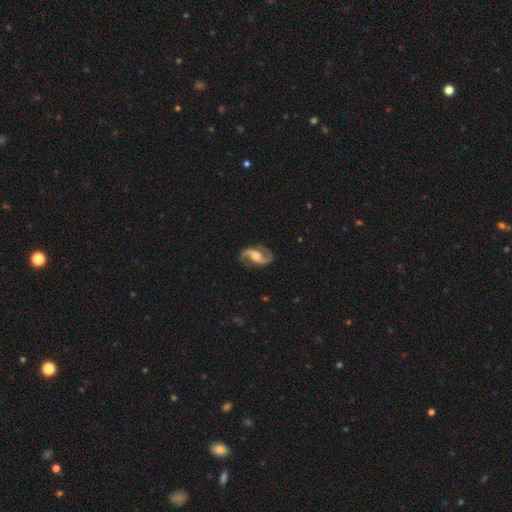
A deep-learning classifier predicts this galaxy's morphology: Smooth or featured? featured or disk (91%)
Edge-on disk? no (98%)
Bar? weak (42%)
Spiral arms? yes (98%)
Spiral winding? medium (48%)
Spiral arm count? 2 (94%)
Bulge size? moderate (58%)
Merging? none (81%)